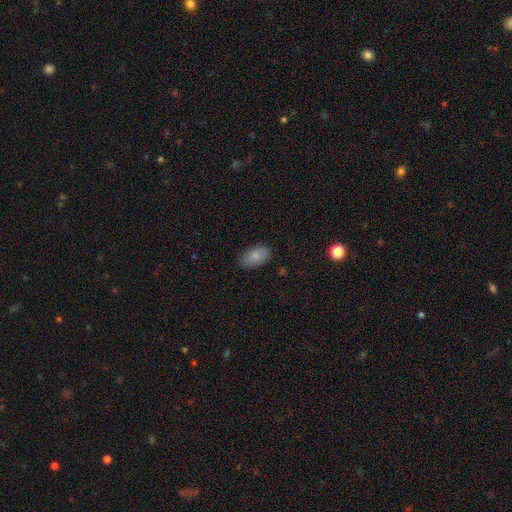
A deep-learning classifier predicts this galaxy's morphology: This is clearly a smooth galaxy (84%). How rounded: clearly in between (93%). Merging: clearly none (83%).